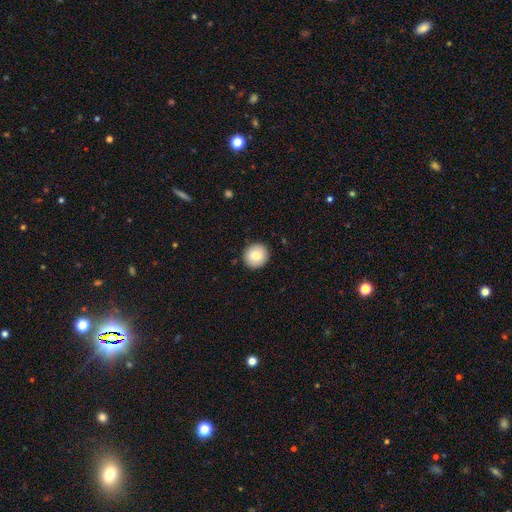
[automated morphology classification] smooth_or_featured: smooth (p=0.81) [alt: featured or disk p=0.11]
how_rounded: round (p=0.89) [alt: in between p=0.10]
merging: none (p=0.90) [alt: minor disturbance p=0.07]